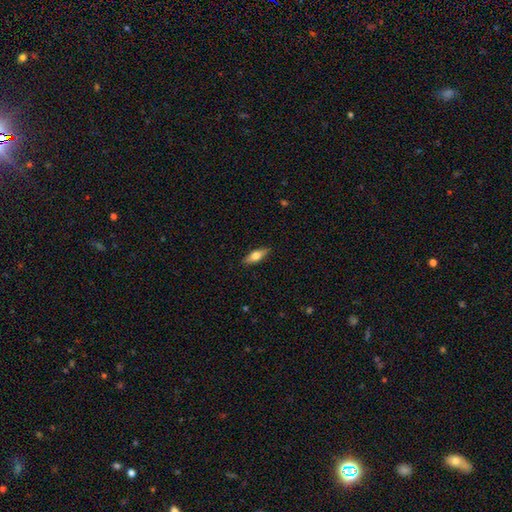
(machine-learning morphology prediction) type=smooth (63%); roundness=in between (61%); merging=none (89%).